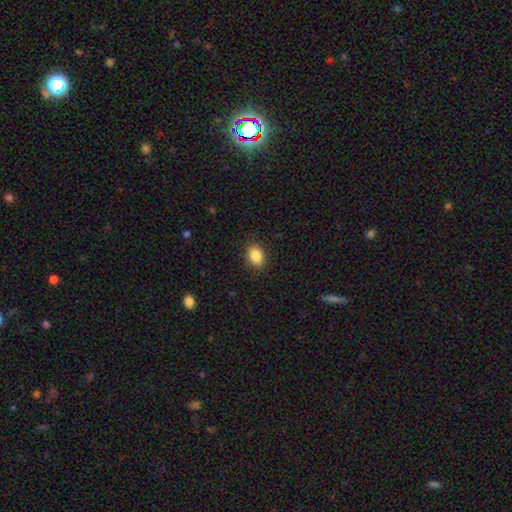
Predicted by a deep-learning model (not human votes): smooth_or_featured: smooth (p=0.87) [alt: star or artifact p=0.09]
how_rounded: in between (p=0.77) [alt: round p=0.22]
merging: none (p=0.87) [alt: minor disturbance p=0.10]